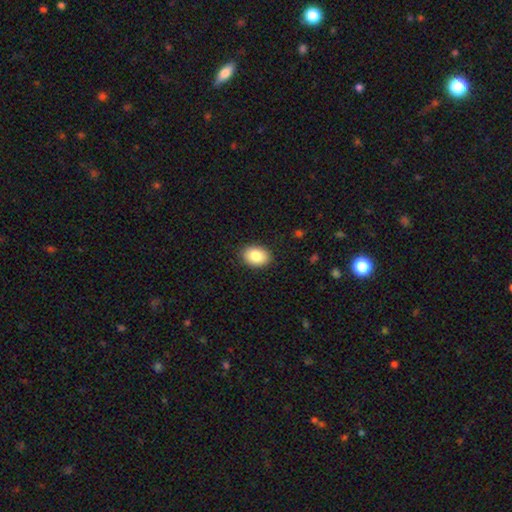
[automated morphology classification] smooth 84%, featured or disk 8%, star or artifact 8%. Down the decision tree: how rounded — in between (70%); merging — none (89%).